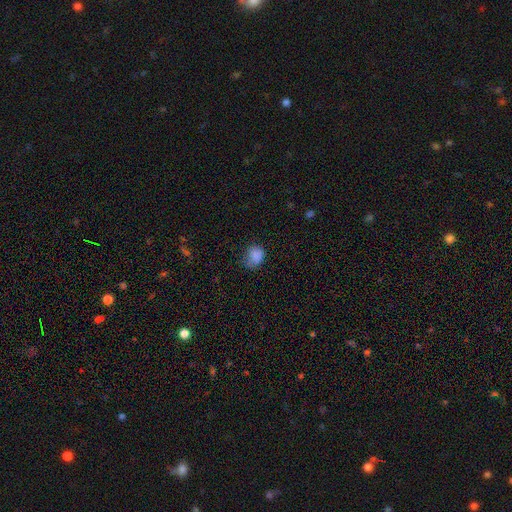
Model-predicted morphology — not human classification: The model was most divided on "how rounded": round: 56%, in between: 43%, cigar-shaped: 1%. Remaining: smooth or featured — smooth (79%); merging — none (48%).